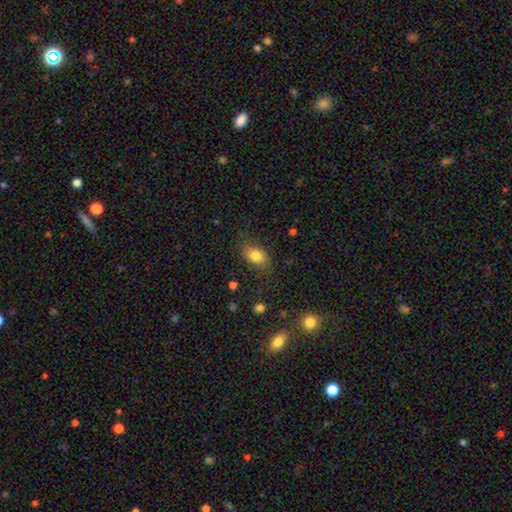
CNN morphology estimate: Q: Smooth or featured?
A: smooth (80%); runner-up: featured or disk (11%)
Q: How rounded?
A: in between (82%); runner-up: round (16%)
Q: Merging?
A: none (75%); runner-up: minor disturbance (18%)